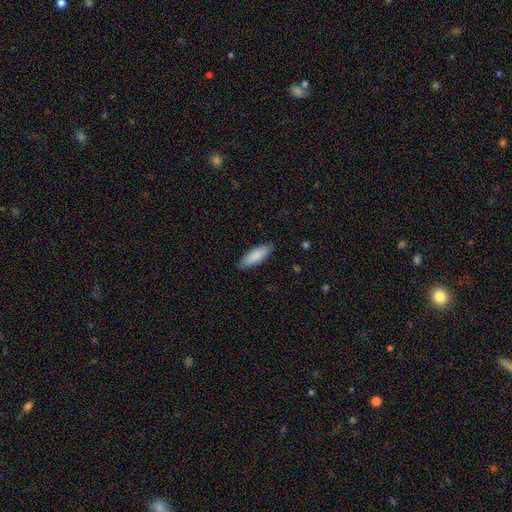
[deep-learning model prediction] Overall: smooth (88%). How rounded: in between (66%; cigar-shaped 33%). Merging: none (89%).